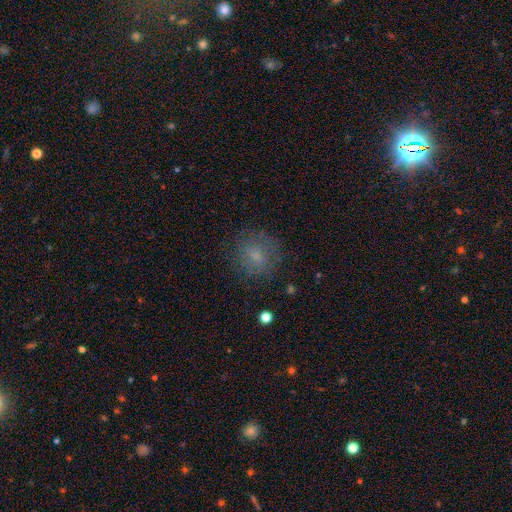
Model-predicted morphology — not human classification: Smooth or featured? smooth (70%)
How rounded? round (80%)
Merging? none (77%)